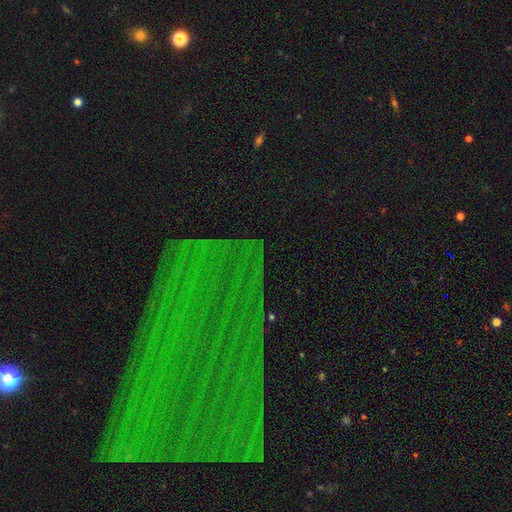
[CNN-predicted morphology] This is likely a star or artifact rather than a galaxy (74%).